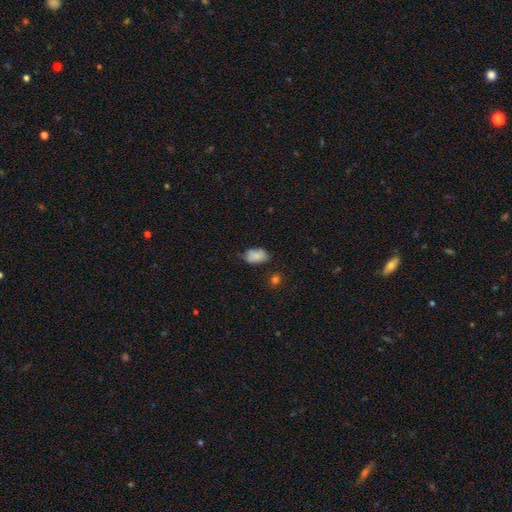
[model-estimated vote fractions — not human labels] Morphology: type=smooth (79%); roundness=in between (90%); merging=none (61%).